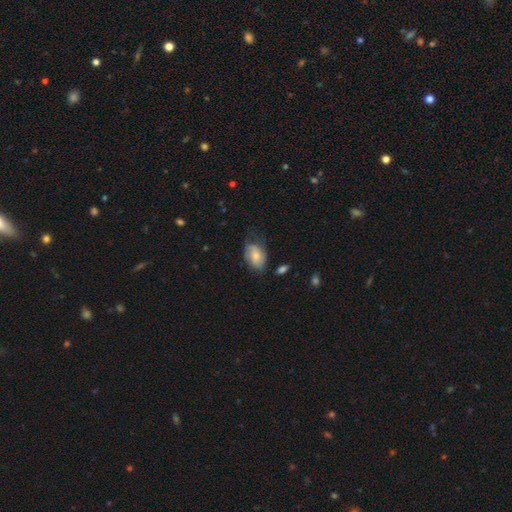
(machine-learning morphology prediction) Smooth or featured? smooth (59%)
How rounded? in between (87%)
Merging? none (51%)